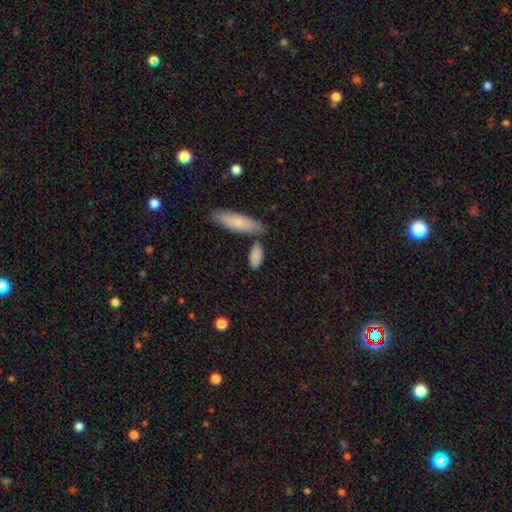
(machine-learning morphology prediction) Smooth or featured: smooth — 84% (featured or disk — 9%)
How rounded: in between — 81% (cigar-shaped — 16%)
Merging: none — 65% (minor disturbance — 17%)